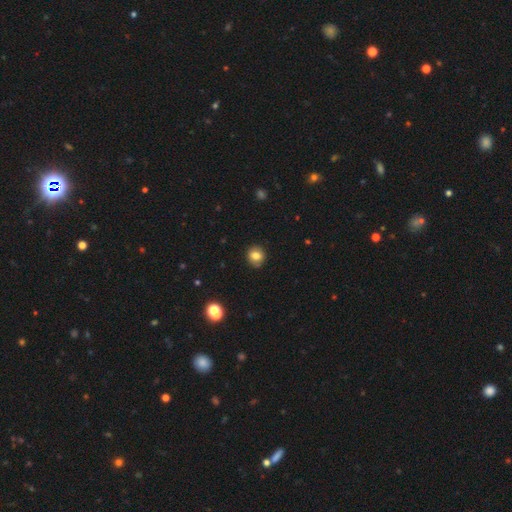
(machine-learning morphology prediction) A smooth galaxy with no disk features (80%) that is round (83%).

Vote fractions:
- Smooth or featured? smooth: 80% / star or artifact: 11% / featured or disk: 9%
- How rounded? round: 83% / in between: 16% / cigar-shaped: 1%
- Merging? none: 86% / minor disturbance: 10% / major disturbance: 2% / merger: 1%